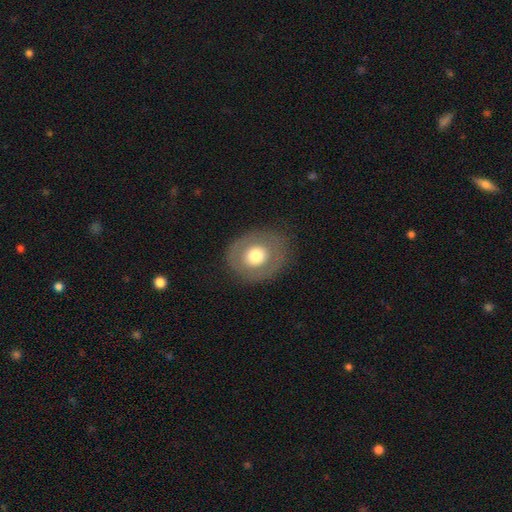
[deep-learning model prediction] A smooth galaxy with no disk features (61%) that is round (61%).

Vote fractions:
- Smooth or featured? smooth: 61% / featured or disk: 32% / star or artifact: 7%
- How rounded? round: 61% / in between: 38% / cigar-shaped: 1%
- Merging? none: 83% / minor disturbance: 11% / major disturbance: 6% / merger: 1%